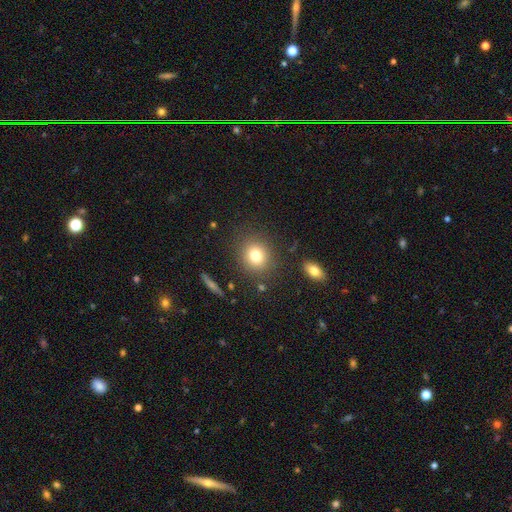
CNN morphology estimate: smooth_or_featured: smooth (p=0.78) [alt: star or artifact p=0.12]
how_rounded: round (p=0.82) [alt: in between p=0.17]
merging: none (p=0.86) [alt: minor disturbance p=0.08]